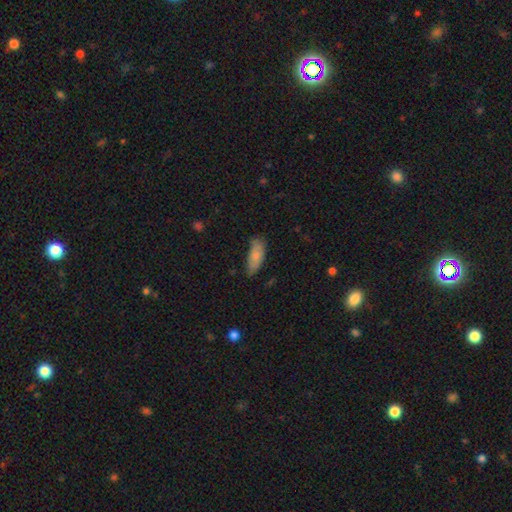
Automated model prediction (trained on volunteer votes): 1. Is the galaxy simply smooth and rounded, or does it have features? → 80% smooth, 14% featured or disk, 7% star or artifact.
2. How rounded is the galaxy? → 74% in between, 24% cigar-shaped, 2% round.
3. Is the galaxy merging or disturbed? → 64% none, 28% minor disturbance, 6% major disturbance, 2% merger.